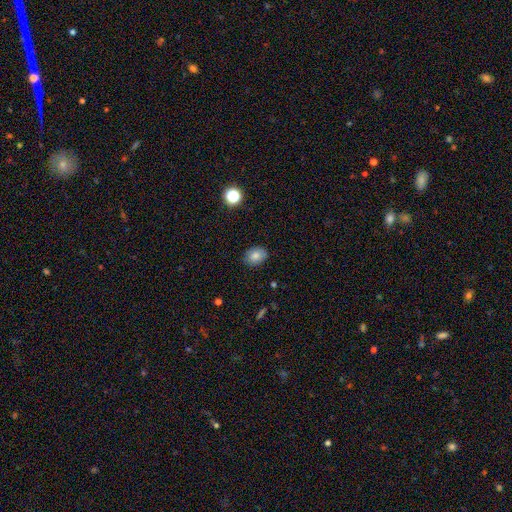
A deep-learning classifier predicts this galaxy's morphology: Smooth or featured?
  - smooth: 81% *
  - star or artifact: 10%
  - featured or disk: 9%
How rounded?
  - in between: 62% *
  - round: 37%
  - cigar-shaped: 1%
Merging?
  - none: 86% *
  - minor disturbance: 11%
  - major disturbance: 2%
  - merger: 1%